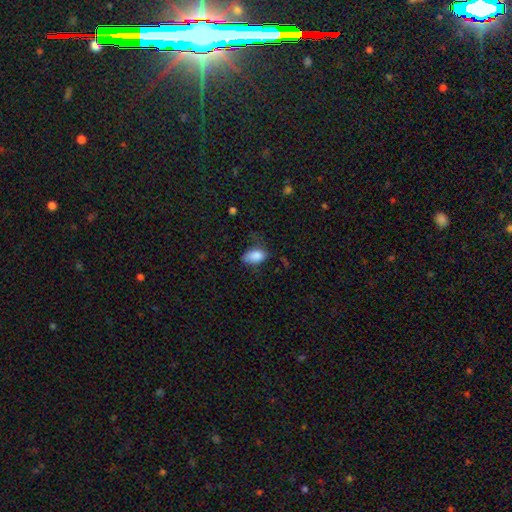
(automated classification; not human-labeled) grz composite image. It shows a smooth galaxy with no disk features (85%) that is in between round and cigar-shaped (91%). Merging: none (44%).